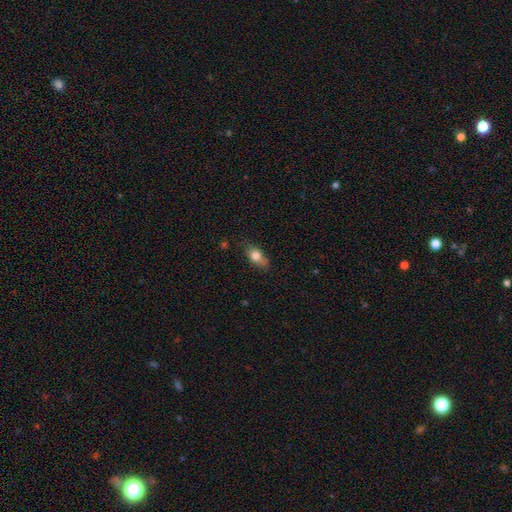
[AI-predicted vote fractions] The model was most divided on "merging": none: 68%, minor disturbance: 25%, major disturbance: 5%, merger: 2%. More confident: how rounded — in between (79%); smooth or featured — smooth (77%).